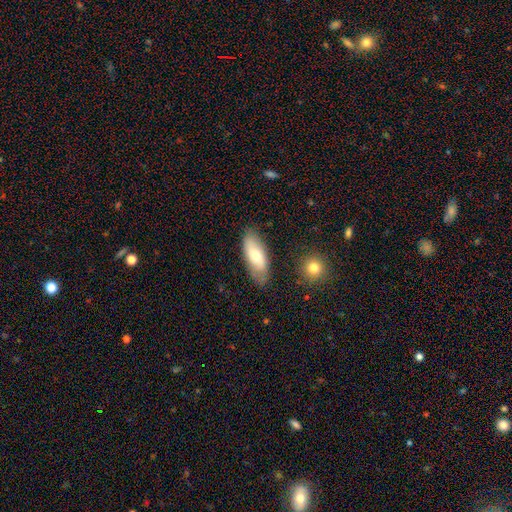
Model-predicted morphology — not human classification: Overall: smooth (65%; featured or disk 29%). How rounded: in between (80%). Merging: none (80%).